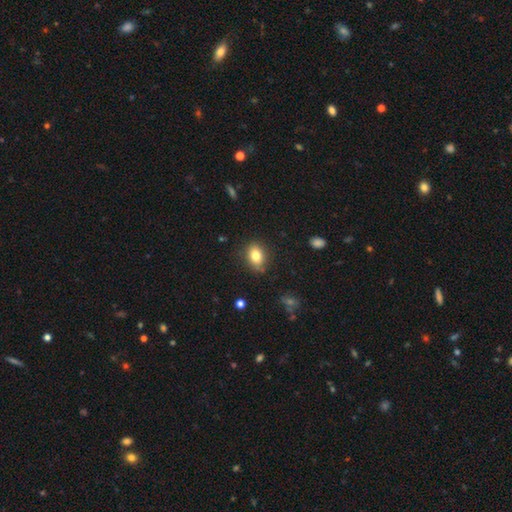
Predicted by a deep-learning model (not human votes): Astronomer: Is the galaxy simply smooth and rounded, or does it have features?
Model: smooth — 81%.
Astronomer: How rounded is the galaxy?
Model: in between — 72%.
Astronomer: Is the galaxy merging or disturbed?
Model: none — 78%.